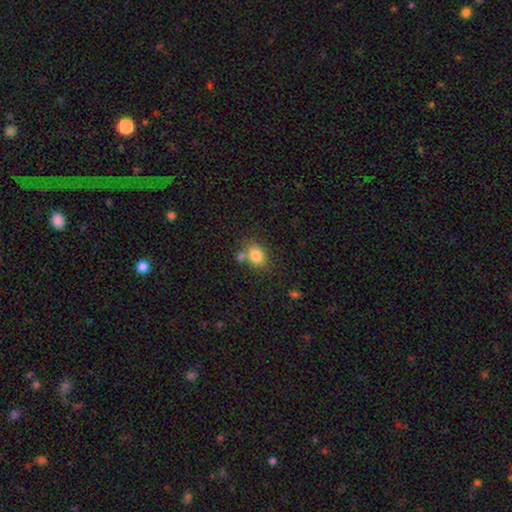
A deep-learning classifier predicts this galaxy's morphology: A smooth galaxy with no disk features (82%) that is in between round and cigar-shaped (62%). Merging: none (60%).